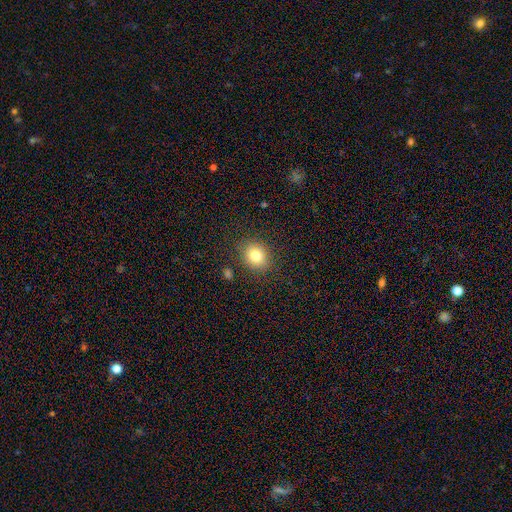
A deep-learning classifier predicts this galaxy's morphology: Smooth or featured? smooth (79%)
How rounded? round (68%)
Merging? none (86%)